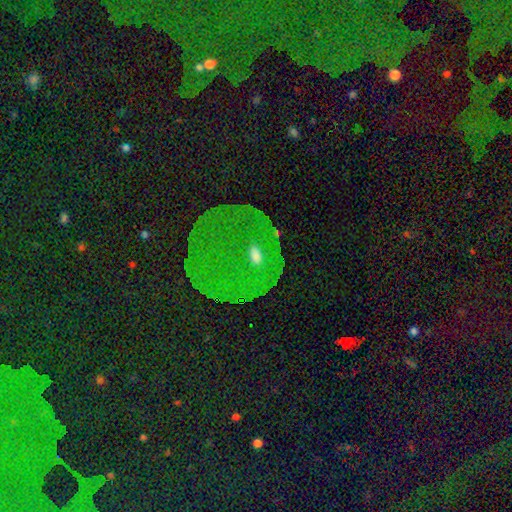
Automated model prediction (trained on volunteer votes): This appears to be a smooth galaxy with no disk features (45%). Merging: none (72%).